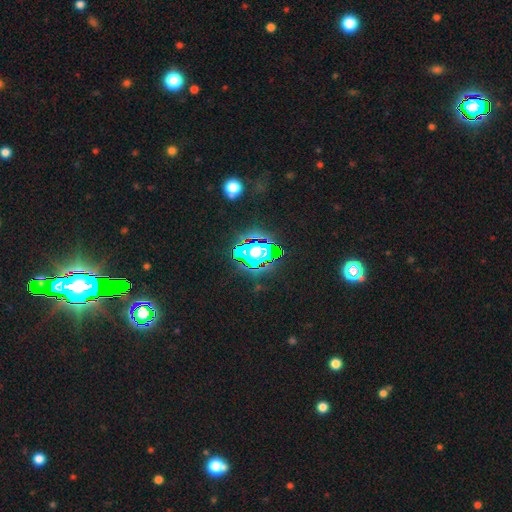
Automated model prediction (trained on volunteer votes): Smooth or featured? Predicted: star or artifact (p=0.83).